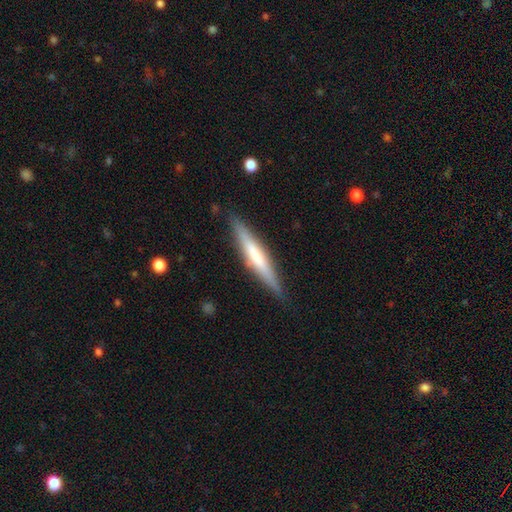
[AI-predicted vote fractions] Smooth or featured? Predicted: featured or disk (p=0.48). Merging? Predicted: none (p=0.87).